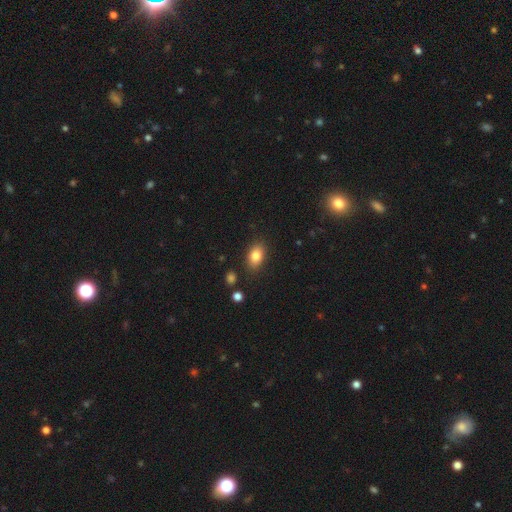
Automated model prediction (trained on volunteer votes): The model was most divided on "how rounded": in between: 84%, round: 14%, cigar-shaped: 2%. More confident: merging — none (84%); smooth or featured — smooth (83%).